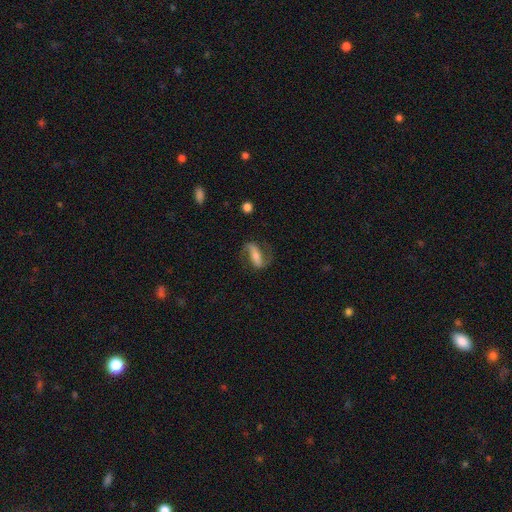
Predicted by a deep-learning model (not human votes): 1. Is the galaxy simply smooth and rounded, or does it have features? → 77% featured or disk, 17% smooth, 7% star or artifact.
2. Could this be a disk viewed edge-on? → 91% no, 9% yes.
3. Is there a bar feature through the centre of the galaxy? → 60% strong, 23% weak, 17% no.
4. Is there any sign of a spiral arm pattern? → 92% yes, 8% no.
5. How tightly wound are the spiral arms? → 50% loose, 37% medium, 14% tight.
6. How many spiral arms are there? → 90% 2, 4% 1, 3% can't tell, 1% 3, 1% 4, 1% more than 4.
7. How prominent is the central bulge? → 44% small, 38% moderate, 9% none, 7% large, 2% dominant.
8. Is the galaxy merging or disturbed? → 72% none, 15% minor disturbance, 10% major disturbance, 2% merger.